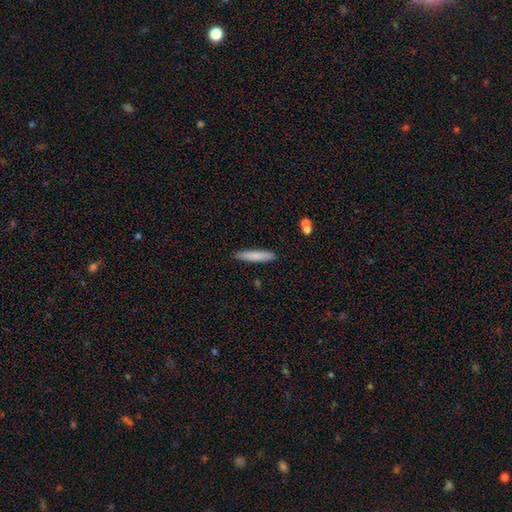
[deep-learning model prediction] Smooth or featured? smooth (80%)
How rounded? cigar-shaped (90%)
Merging? none (89%)